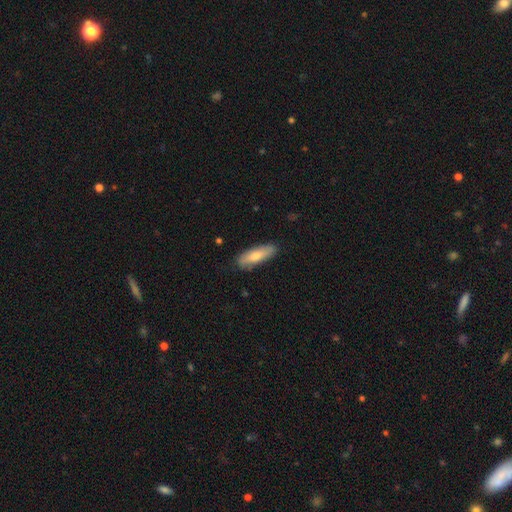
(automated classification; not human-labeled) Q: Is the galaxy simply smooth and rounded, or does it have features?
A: smooth — 74%.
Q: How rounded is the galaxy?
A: cigar-shaped — 53%.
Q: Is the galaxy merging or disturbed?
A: none — 82%.